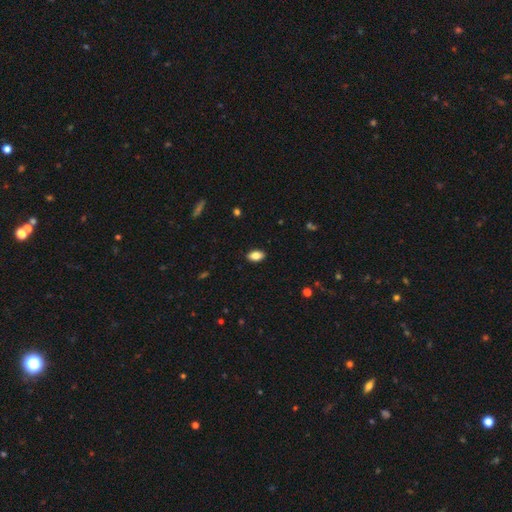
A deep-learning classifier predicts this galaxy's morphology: The model was most divided on "smooth or featured": smooth: 83%, featured or disk: 9%, star or artifact: 8%. More confident: how rounded — in between (91%); merging — none (89%).